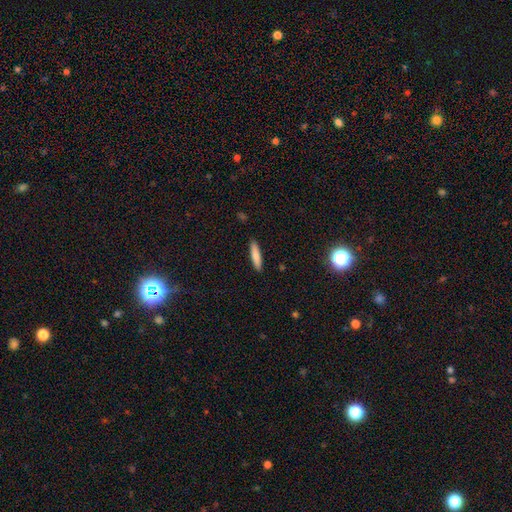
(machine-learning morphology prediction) smooth-or-featured: smooth: 79% | featured or disk: 14% | star or artifact: 6%
  how-rounded: cigar-shaped: 83% | in between: 15% | round: 1%
  merging: none: 90% | minor disturbance: 7% | major disturbance: 2% | merger: 1%